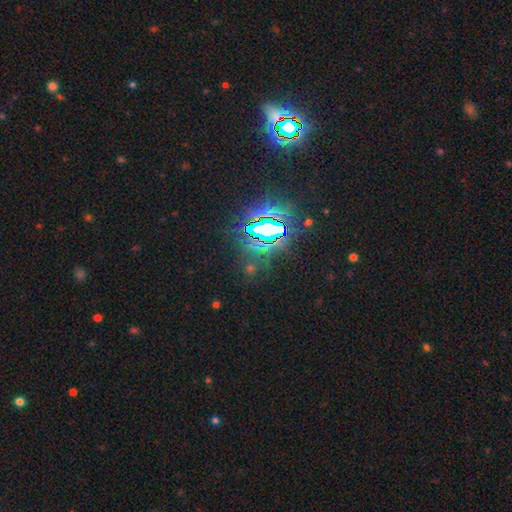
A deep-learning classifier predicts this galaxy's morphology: A star or artifact, not a galaxy (84%).